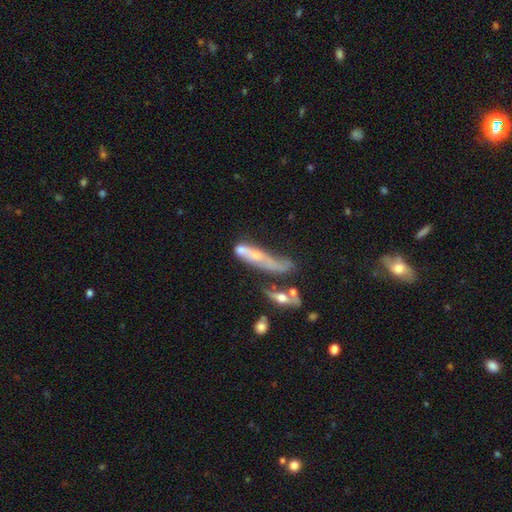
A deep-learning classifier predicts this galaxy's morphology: featured or disk 49%, smooth 40%, star or artifact 11%. Down the decision tree: merging — merger (40%).